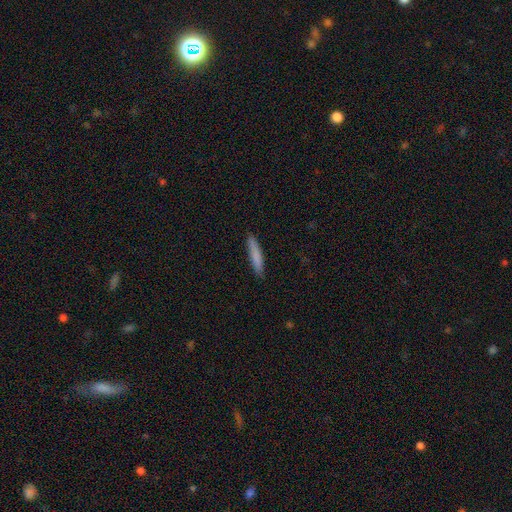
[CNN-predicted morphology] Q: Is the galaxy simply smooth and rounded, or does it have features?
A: smooth — 81%.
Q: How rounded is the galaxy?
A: cigar-shaped — 91%.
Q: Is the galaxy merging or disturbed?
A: none — 89%.